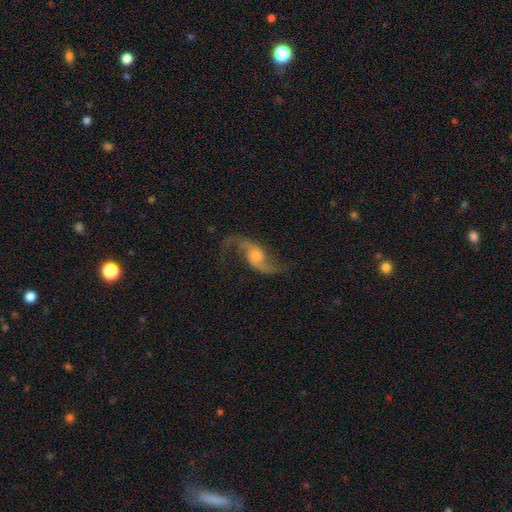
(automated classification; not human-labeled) A featured or disk galaxy (89%) with no bar (62%), 2 (94%) loose (79%) spiral arms (97%) and a moderate central bulge (46%). Merging: none (75%).